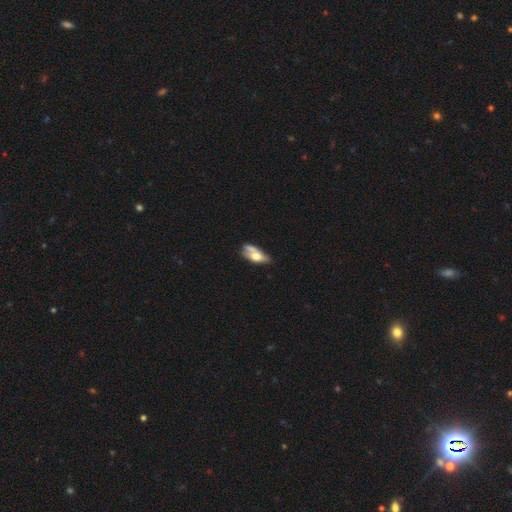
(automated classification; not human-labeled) A smooth galaxy with no disk features (53%) that is in between round and cigar-shaped (77%).

Vote fractions:
- Smooth or featured? smooth: 53% / featured or disk: 40% / star or artifact: 7%
- How rounded? in between: 77% / cigar-shaped: 18% / round: 5%
- Merging? none: 34% / merger: 26% / minor disturbance: 23% / major disturbance: 17%